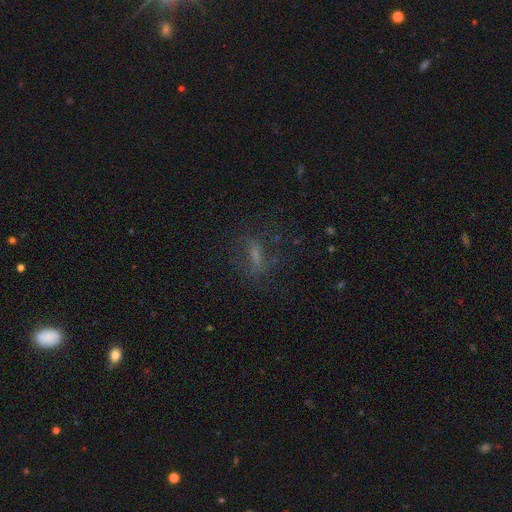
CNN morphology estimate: smooth_or_featured: smooth (p=0.41) [alt: featured or disk p=0.36]
merging: none (p=0.62) [alt: major disturbance p=0.19]